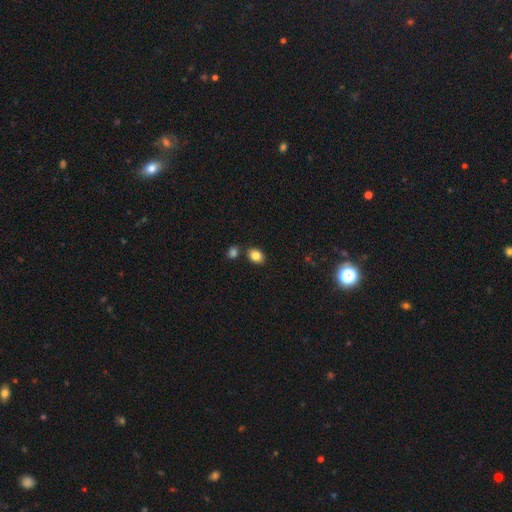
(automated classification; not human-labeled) The model was most divided on "how rounded": in between: 72%, round: 27%, cigar-shaped: 1%. More confident: smooth or featured — smooth (84%); merging — none (79%).